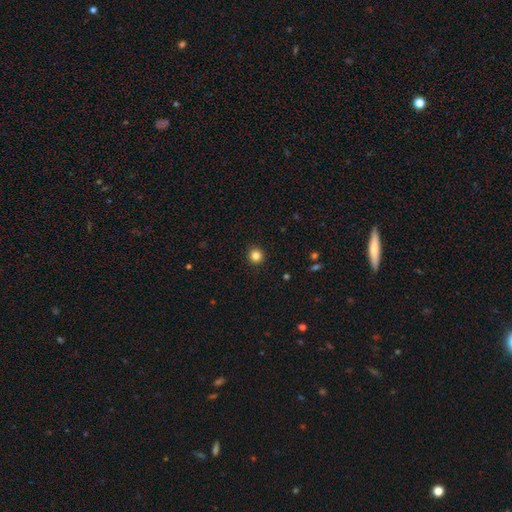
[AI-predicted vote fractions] Smooth or featured?
  - smooth: 84% *
  - star or artifact: 12%
  - featured or disk: 4%
How rounded?
  - round: 94% *
  - in between: 5%
  - cigar-shaped: 1%
Merging?
  - none: 92% *
  - minor disturbance: 5%
  - major disturbance: 2%
  - merger: 1%